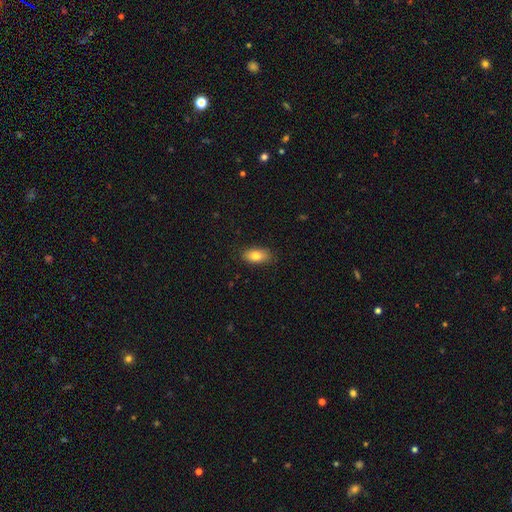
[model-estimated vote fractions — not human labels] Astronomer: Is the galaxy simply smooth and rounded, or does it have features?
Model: smooth — 79%.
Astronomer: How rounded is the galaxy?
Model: in between — 90%.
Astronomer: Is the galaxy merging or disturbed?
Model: none — 84%.